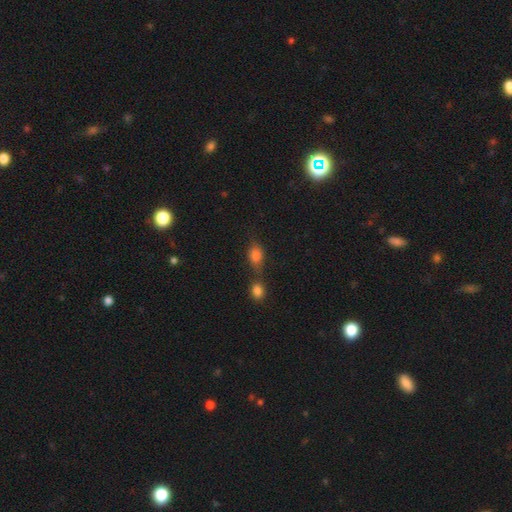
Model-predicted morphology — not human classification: smooth-or-featured: smooth: 78% | star or artifact: 12% | featured or disk: 10%
  how-rounded: in between: 63% | round: 33% | cigar-shaped: 4%
  merging: merger: 41% | none: 40% | minor disturbance: 13% | major disturbance: 6%